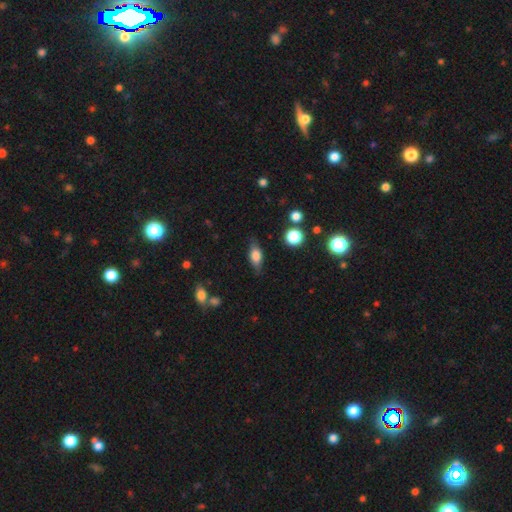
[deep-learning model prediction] Smooth or featured? Predicted: smooth (p=0.65). How rounded? Predicted: in between (p=0.77). Merging? Predicted: none (p=0.77).